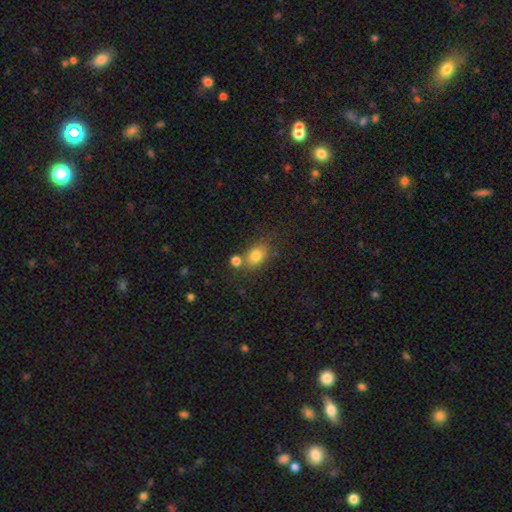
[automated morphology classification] Overall: smooth (79%). How rounded: in between (62%; round 36%). Merging: none (60%; merger 20%).